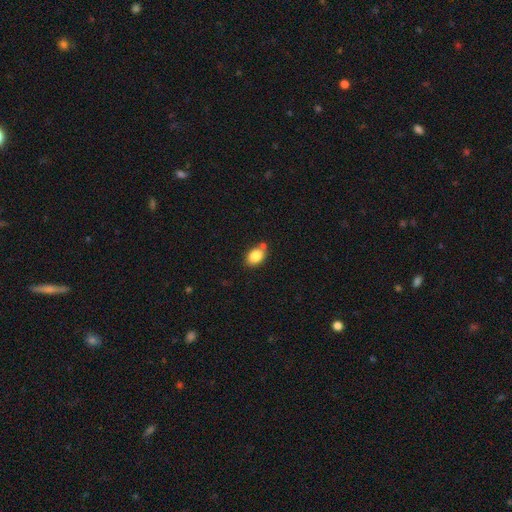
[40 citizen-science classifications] Volunteers were most divided on "how rounded": in between: 82%, round: 18%, cigar-shaped: 0%. More confident: smooth or featured — smooth (85%); merging — none (78%).